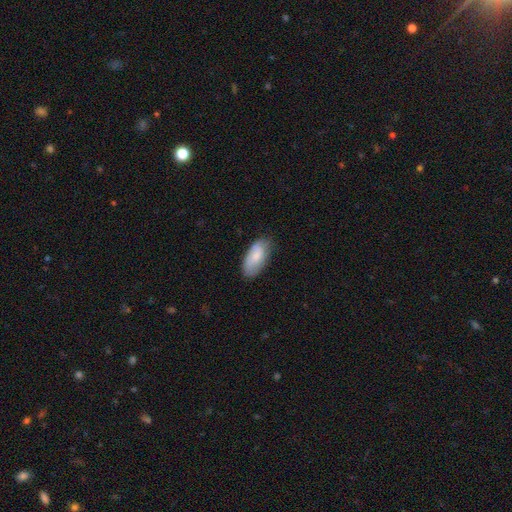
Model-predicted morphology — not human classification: Smooth or featured?
  - smooth: 80% *
  - featured or disk: 14%
  - star or artifact: 6%
How rounded?
  - in between: 92% *
  - cigar-shaped: 6%
  - round: 2%
Merging?
  - none: 73% *
  - minor disturbance: 22%
  - major disturbance: 4%
  - merger: 1%